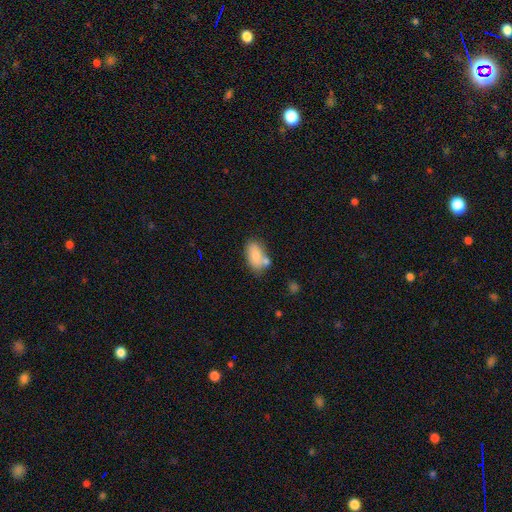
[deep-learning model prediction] smooth-or-featured: smooth: 80% | featured or disk: 12% | star or artifact: 8%
  how-rounded: in between: 91% | round: 6% | cigar-shaped: 2%
  merging: none: 52% | merger: 23% | minor disturbance: 19% | major disturbance: 6%